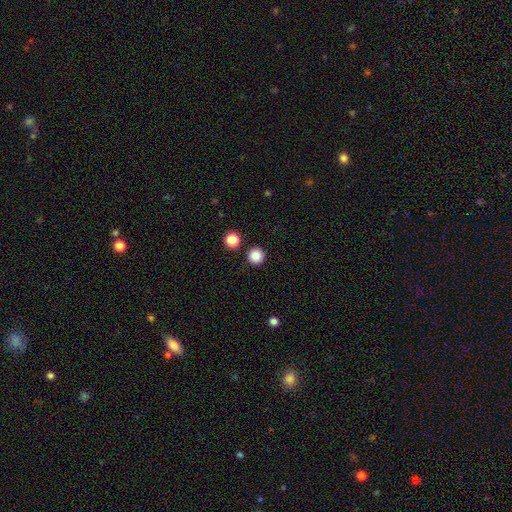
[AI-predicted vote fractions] The model was most divided on "smooth or featured": smooth: 86%, star or artifact: 11%, featured or disk: 3%. More confident: how rounded — round (96%); merging — none (91%).